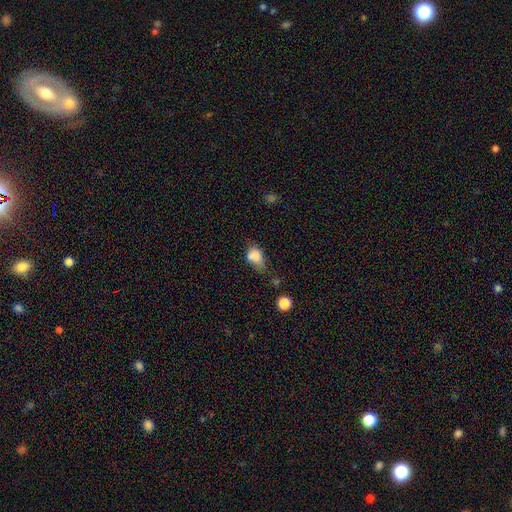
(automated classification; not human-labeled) The model was most divided on "merging": minor disturbance: 36%, none: 31%, major disturbance: 19%, merger: 14%. More confident: smooth or featured — smooth (77%); how rounded — in between (77%).